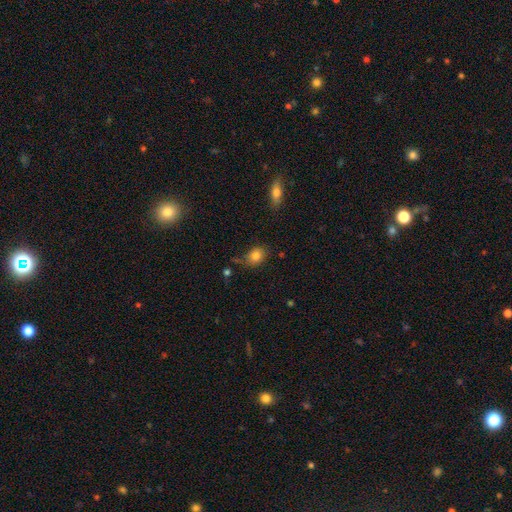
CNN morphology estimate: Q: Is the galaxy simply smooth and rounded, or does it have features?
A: smooth — 82%.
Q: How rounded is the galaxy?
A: in between — 57%.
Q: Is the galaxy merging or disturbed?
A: none — 68%.